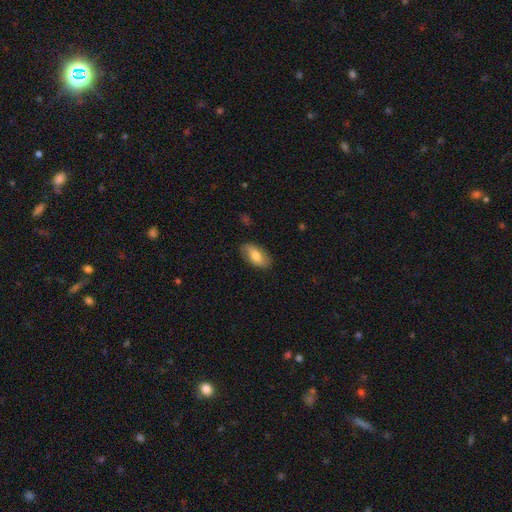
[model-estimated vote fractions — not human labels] The model was most divided on "smooth or featured": smooth: 69%, featured or disk: 25%, star or artifact: 6%. More confident: how rounded — in between (92%); merging — none (82%).